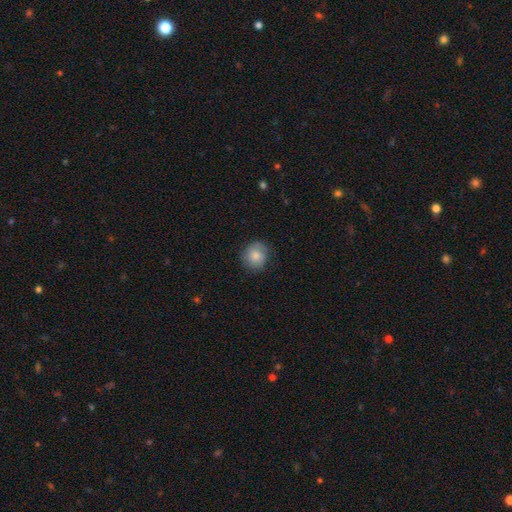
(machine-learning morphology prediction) This is likely a smooth galaxy (79%). How rounded: clearly round (81%). Merging: likely none (77%).